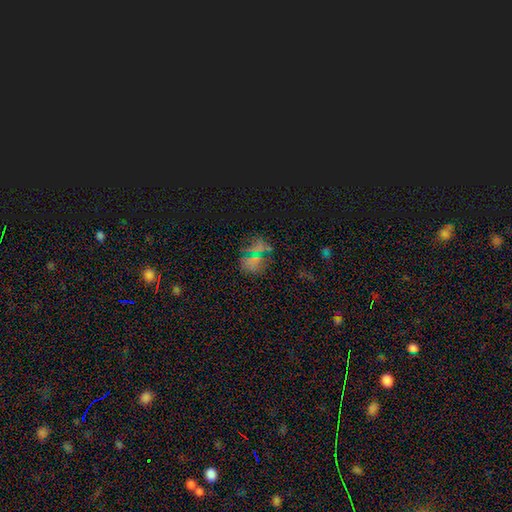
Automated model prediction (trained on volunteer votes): Smooth or featured? Predicted: star or artifact (p=0.50).